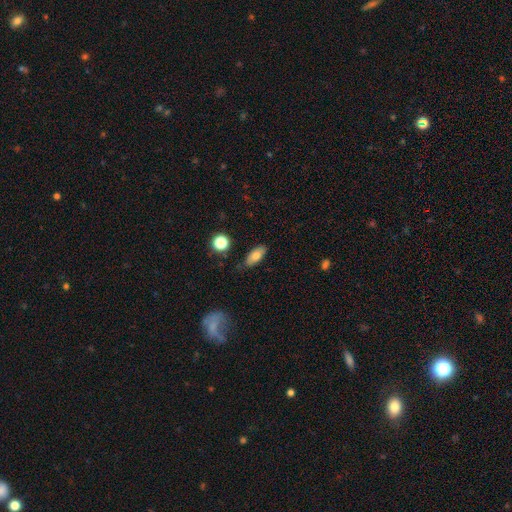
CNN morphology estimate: Smooth or featured: smooth — 76% (featured or disk — 15%)
How rounded: in between — 83% (cigar-shaped — 12%)
Merging: none — 80% (minor disturbance — 15%)